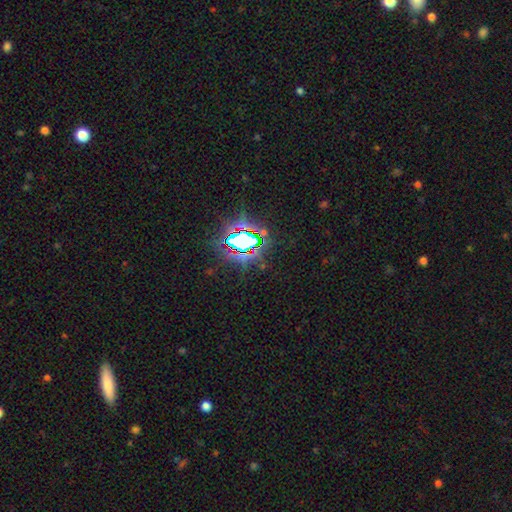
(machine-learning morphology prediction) This appears to be a star or artifact, not a galaxy (83%).